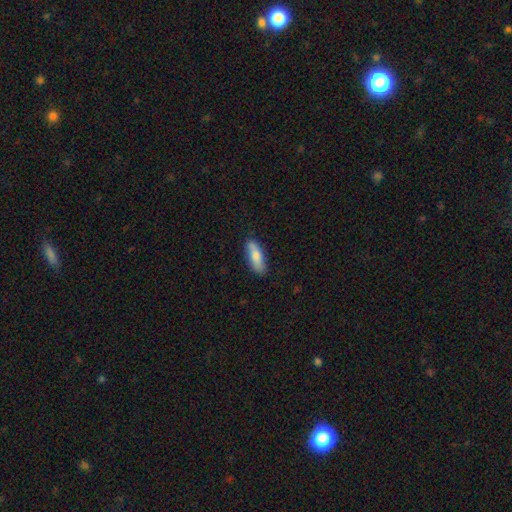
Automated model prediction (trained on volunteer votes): A smooth galaxy with no disk features (79%) that is in between round and cigar-shaped (59%). Merging: none (84%).